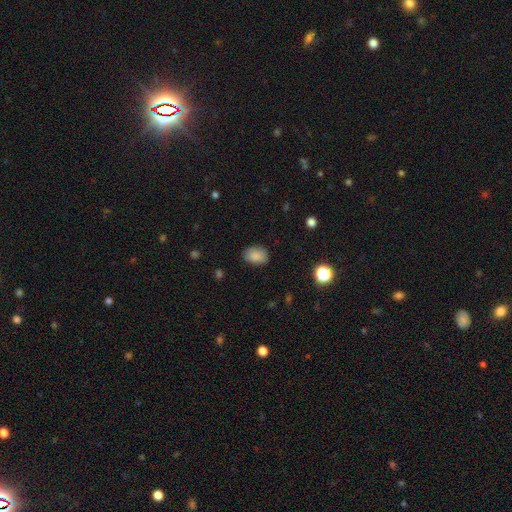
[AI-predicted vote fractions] A smooth galaxy with no disk features (87%) that is in between round and cigar-shaped (79%).

Vote fractions:
- Smooth or featured? smooth: 87% / star or artifact: 9% / featured or disk: 5%
- How rounded? in between: 79% / round: 20% / cigar-shaped: 1%
- Merging? none: 82% / minor disturbance: 14% / major disturbance: 3% / merger: 1%